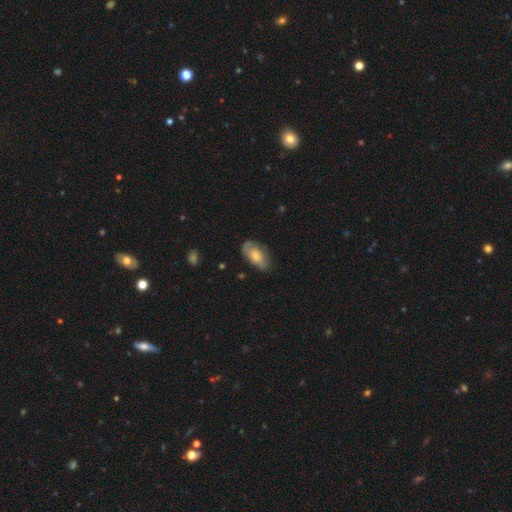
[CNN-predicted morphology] This is possibly a smooth galaxy (57%). How rounded: clearly in between (92%). Merging: likely none (64%).